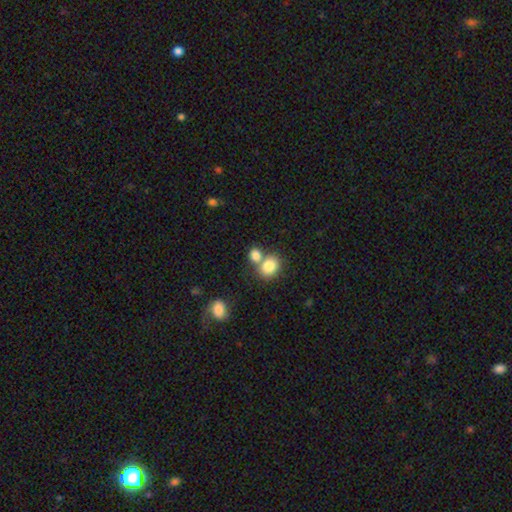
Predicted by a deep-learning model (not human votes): smooth 82%, star or artifact 10%, featured or disk 8%. Down the decision tree: how rounded — round (66%); merging — none (46%).